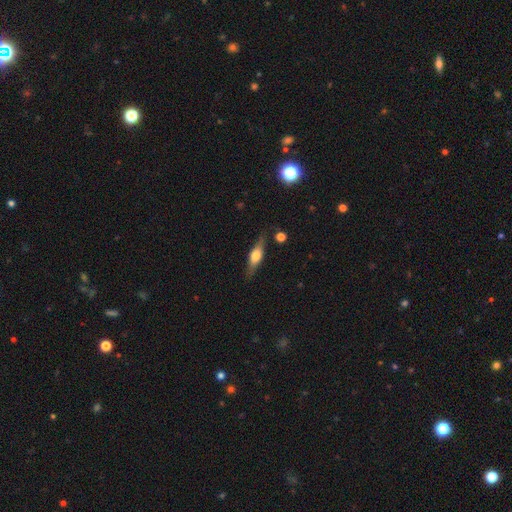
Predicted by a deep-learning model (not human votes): The model was most divided on "smooth or featured": featured or disk: 56%, smooth: 37%, star or artifact: 7%. More confident: edge-on disk — yes (92%); edge-on bulge — rounded (88%); merging — none (81%).